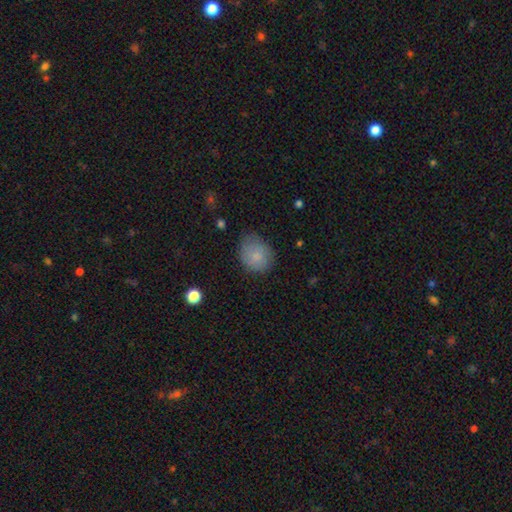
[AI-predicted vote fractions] smooth-or-featured: smooth: 81% | featured or disk: 11% | star or artifact: 8%
  how-rounded: round: 60% | in between: 40% | cigar-shaped: 1%
  merging: none: 69% | minor disturbance: 24% | major disturbance: 6% | merger: 1%